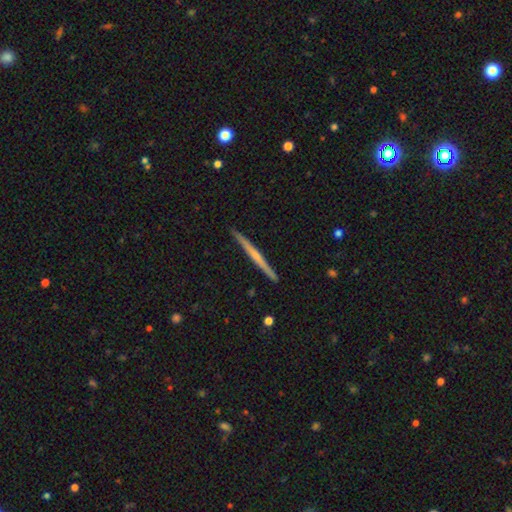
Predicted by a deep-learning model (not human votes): Overall: featured or disk (68%). Edge-on disk: yes (98%). Edge-on bulge: rounded (50%; none 44%). Merging: none (92%).